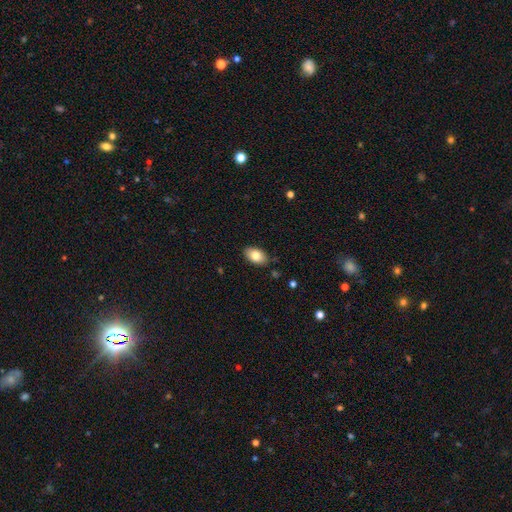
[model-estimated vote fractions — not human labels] Q: Smooth or featured?
A: smooth (81%); runner-up: featured or disk (11%)
Q: How rounded?
A: in between (91%); runner-up: round (8%)
Q: Merging?
A: none (85%); runner-up: minor disturbance (11%)